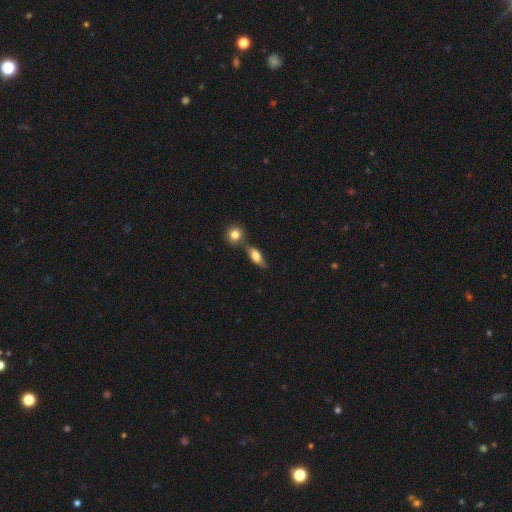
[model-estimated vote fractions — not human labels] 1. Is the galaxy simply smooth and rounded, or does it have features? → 69% smooth, 23% featured or disk, 8% star or artifact.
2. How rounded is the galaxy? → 70% in between, 21% cigar-shaped, 9% round.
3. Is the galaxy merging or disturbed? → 55% none, 20% merger, 18% minor disturbance, 6% major disturbance.